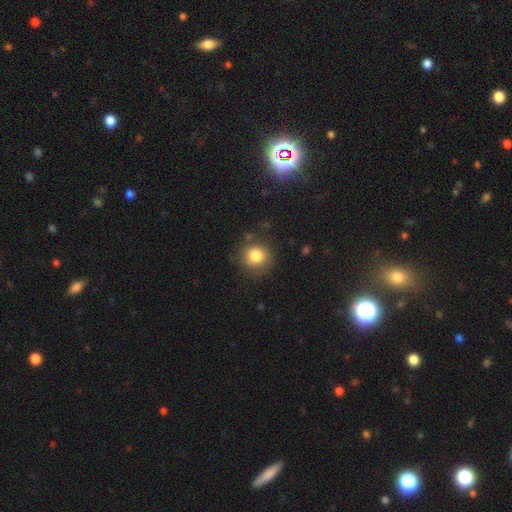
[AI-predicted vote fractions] Overall: smooth (81%). How rounded: round (89%). Merging: none (78%).